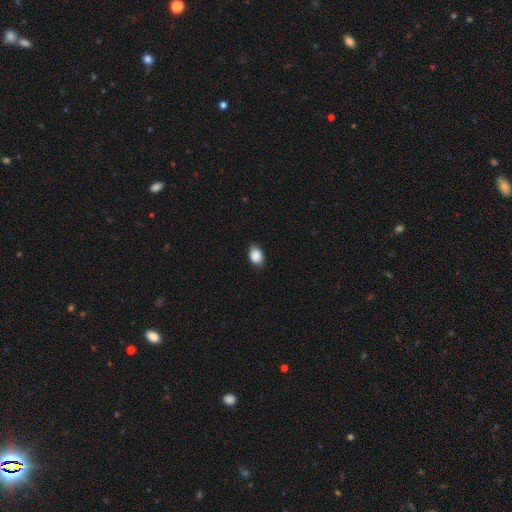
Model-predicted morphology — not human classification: Smooth or featured? Predicted: smooth (p=0.89). How rounded? Predicted: in between (p=0.73). Merging? Predicted: none (p=0.84).